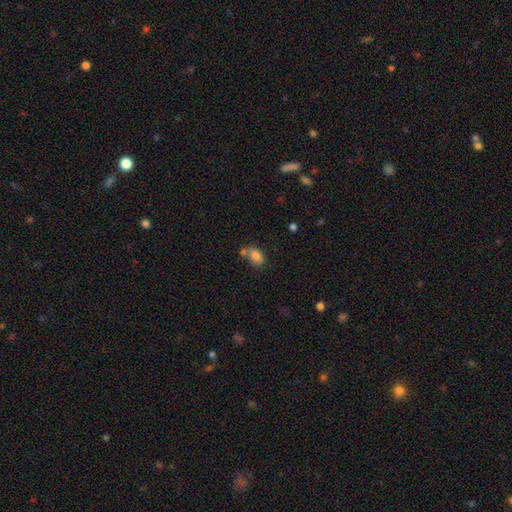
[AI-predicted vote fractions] A smooth galaxy with no disk features (82%) that is in between round and cigar-shaped (82%). Merging: none (52%).